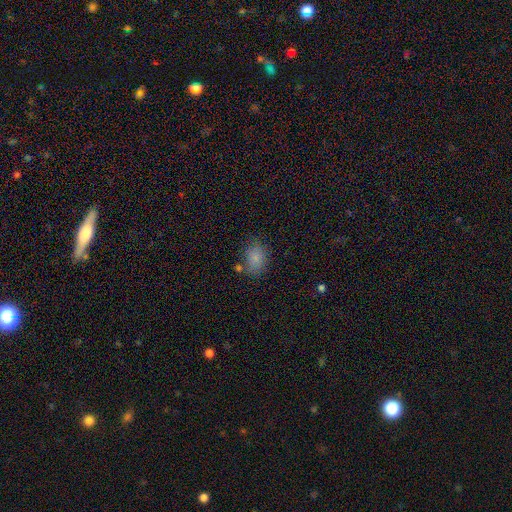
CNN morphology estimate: smooth_or_featured: smooth (p=0.77) [alt: star or artifact p=0.15]
how_rounded: in between (p=0.74) [alt: round p=0.25]
merging: none (p=0.74) [alt: minor disturbance p=0.16]